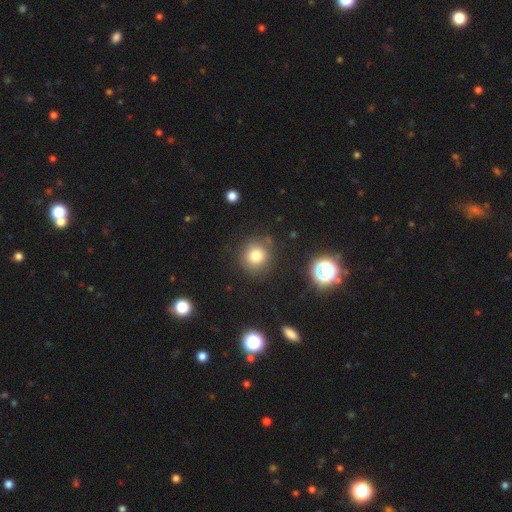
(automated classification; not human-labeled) Smooth or featured?
  - smooth: 78% *
  - star or artifact: 14%
  - featured or disk: 8%
How rounded?
  - round: 91% *
  - in between: 8%
  - cigar-shaped: 1%
Merging?
  - none: 84% *
  - minor disturbance: 10%
  - major disturbance: 3%
  - merger: 3%